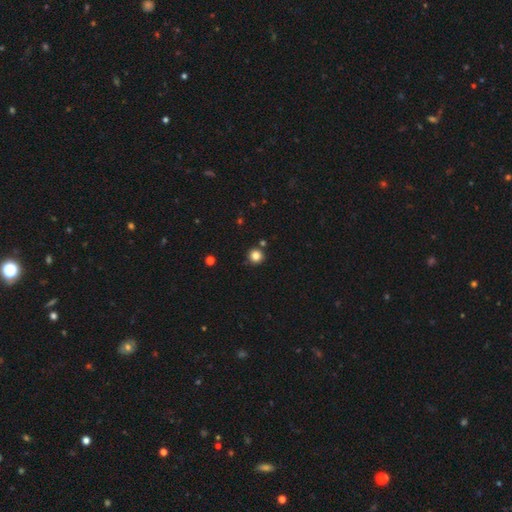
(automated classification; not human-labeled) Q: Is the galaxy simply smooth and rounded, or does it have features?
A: smooth — 83%.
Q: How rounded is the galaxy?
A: round — 95%.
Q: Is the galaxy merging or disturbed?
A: none — 87%.